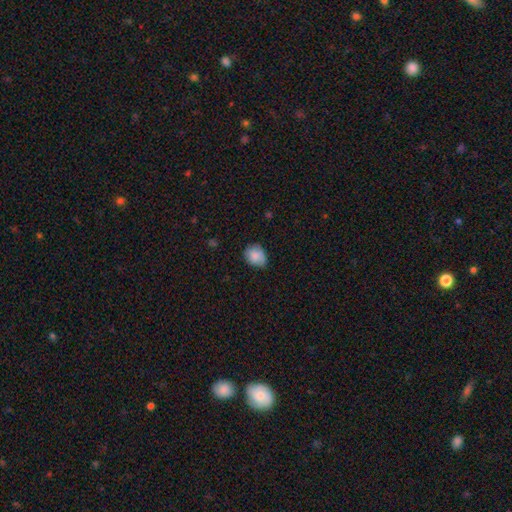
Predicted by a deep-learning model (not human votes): Overall: smooth (83%). How rounded: in between (51%; round 48%). Merging: none (66%; minor disturbance 28%).